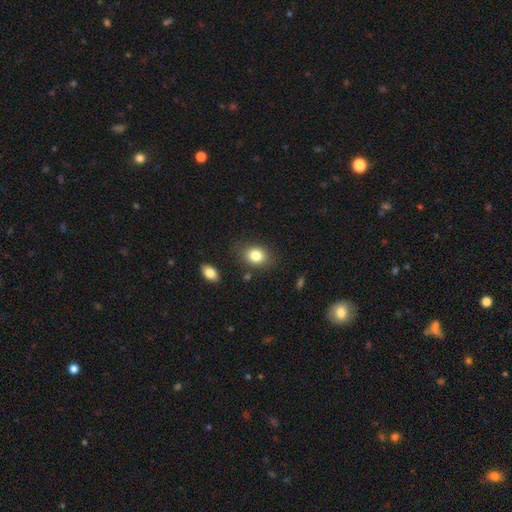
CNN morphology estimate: Smooth or featured? smooth (83%)
How rounded? in between (59%)
Merging? none (80%)